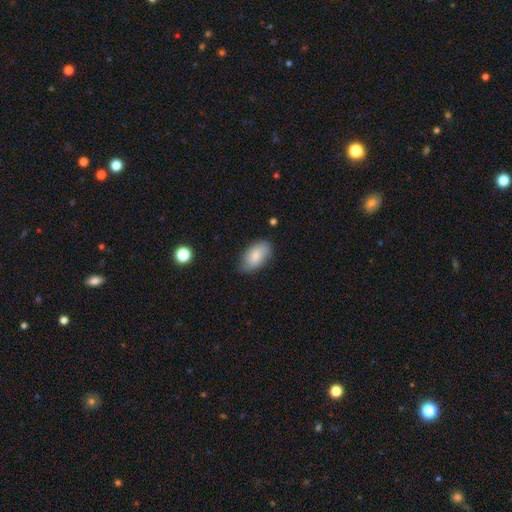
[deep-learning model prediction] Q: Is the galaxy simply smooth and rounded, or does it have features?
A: smooth — 81%.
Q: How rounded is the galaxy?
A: in between — 94%.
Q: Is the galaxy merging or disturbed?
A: none — 78%.